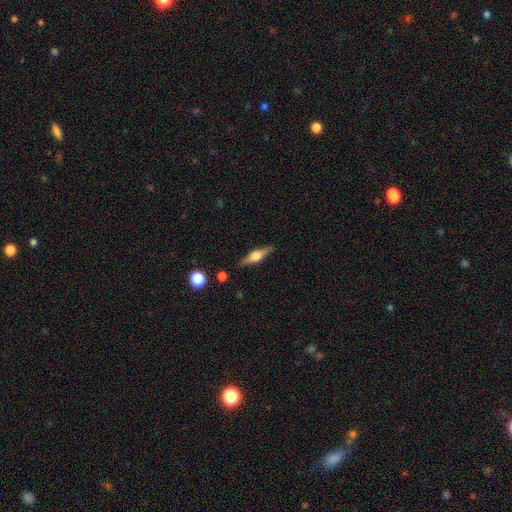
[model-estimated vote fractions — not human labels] Q: Smooth or featured?
A: featured or disk (69%); runner-up: smooth (24%)
Q: Edge-on disk?
A: yes (97%); runner-up: no (3%)
Q: Edge-on bulge?
A: rounded (92%); runner-up: boxy (7%)
Q: Merging?
A: none (87%); runner-up: minor disturbance (9%)